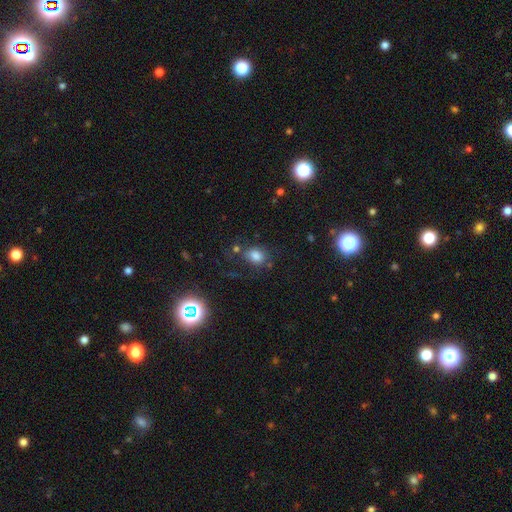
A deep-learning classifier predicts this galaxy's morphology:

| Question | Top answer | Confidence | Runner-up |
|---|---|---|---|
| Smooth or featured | smooth | 75% | star or artifact (16%) |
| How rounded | in between | 61% | round (38%) |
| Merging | none | 65% | minor disturbance (17%) |